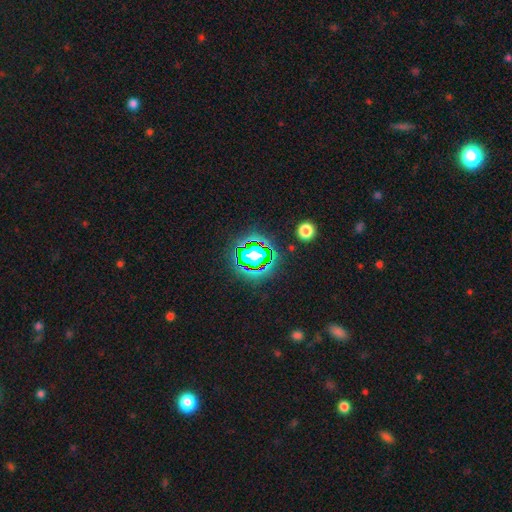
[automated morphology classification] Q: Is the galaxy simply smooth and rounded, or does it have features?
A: star or artifact — 79%.